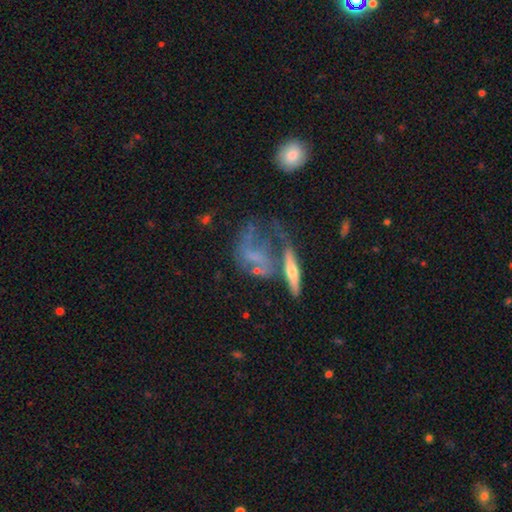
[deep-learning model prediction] A featured or disk galaxy (54%).

Vote fractions:
- Smooth or featured? featured or disk: 54% / smooth: 31% / star or artifact: 15%
- Edge-on disk? no: 72% / yes: 28%
- Merging? major disturbance: 32% / none: 28% / merger: 24% / minor disturbance: 16%